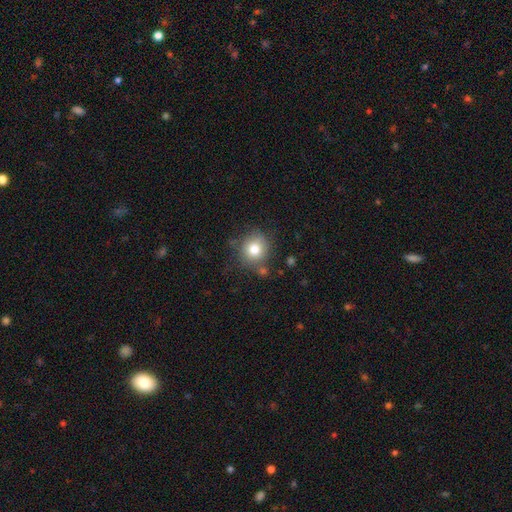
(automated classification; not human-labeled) The model was most divided on "smooth or featured": smooth: 77%, star or artifact: 13%, featured or disk: 10%. More confident: how rounded — round (87%); merging — none (78%).